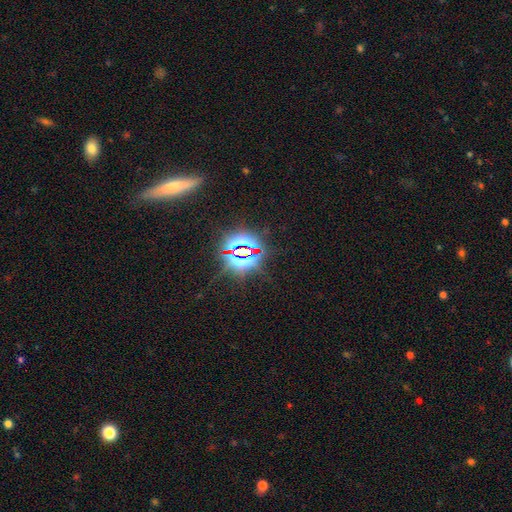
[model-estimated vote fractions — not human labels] A star or artifact, not a galaxy (81%).